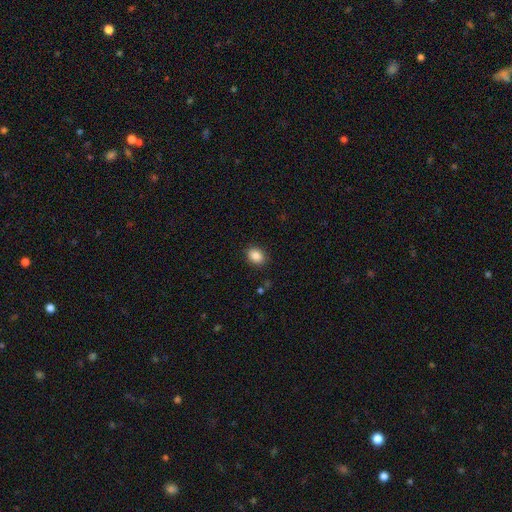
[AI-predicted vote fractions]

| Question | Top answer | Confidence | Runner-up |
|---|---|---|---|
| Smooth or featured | smooth | 87% | star or artifact (9%) |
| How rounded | in between | 61% | round (38%) |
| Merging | none | 88% | minor disturbance (8%) |